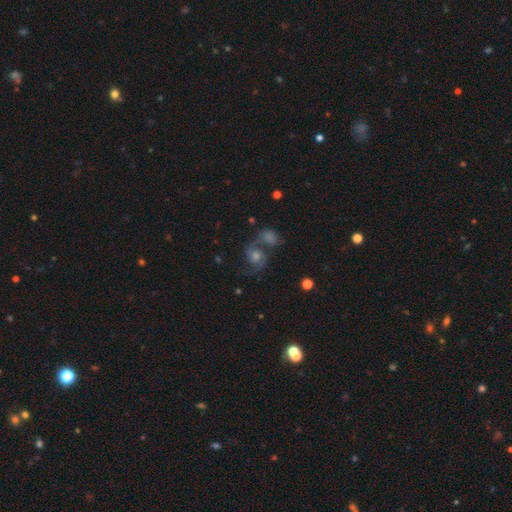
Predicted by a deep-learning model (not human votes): smooth_or_featured: smooth (p=0.41) [alt: star or artifact p=0.39]
merging: none (p=0.46) [alt: merger p=0.35]